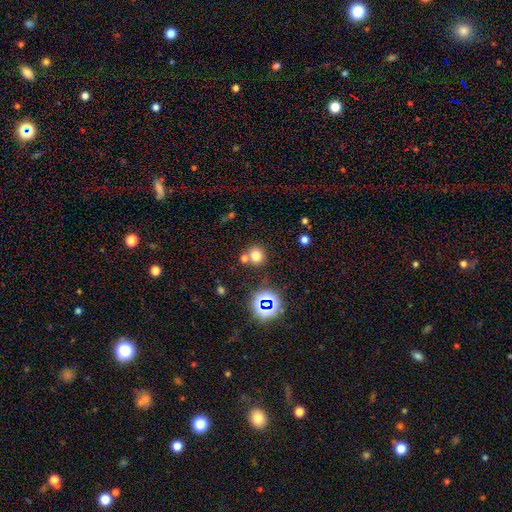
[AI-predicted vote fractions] smooth 71%, star or artifact 21%, featured or disk 8%. Down the decision tree: how rounded — round (87%); merging — none (67%).